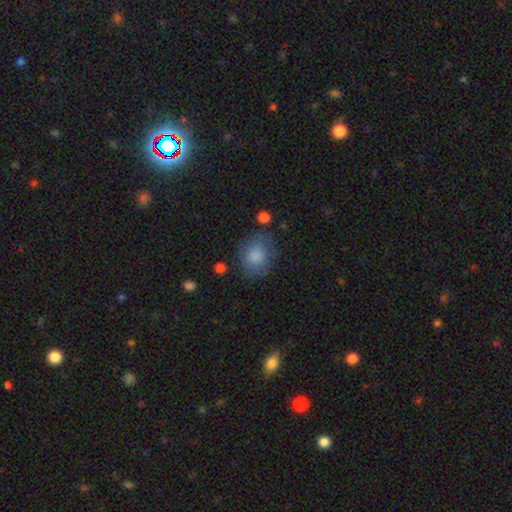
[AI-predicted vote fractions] smooth 83%, featured or disk 9%, star or artifact 8%. Down the decision tree: how rounded — round (54%); merging — none (68%).